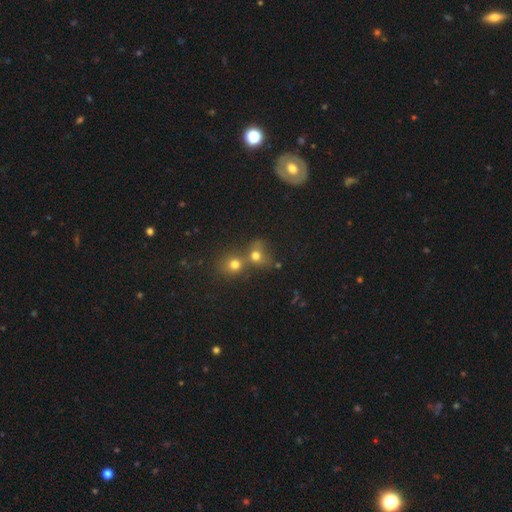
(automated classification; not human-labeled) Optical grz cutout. It shows a smooth galaxy with no disk features (70%) that is round (71%). Merging: merger (57%).